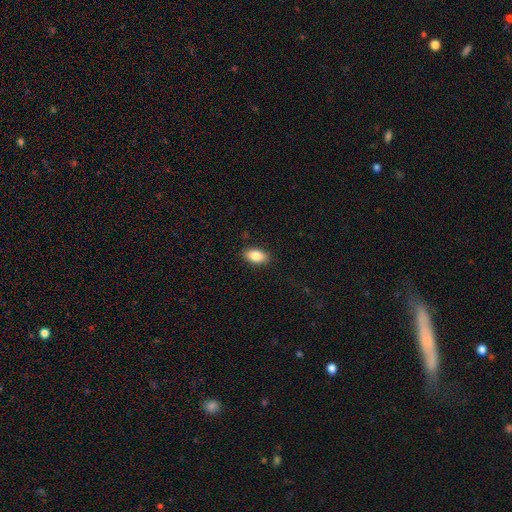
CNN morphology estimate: smooth 85%, featured or disk 8%, star or artifact 7%. Down the decision tree: how rounded — in between (91%); merging — none (89%).